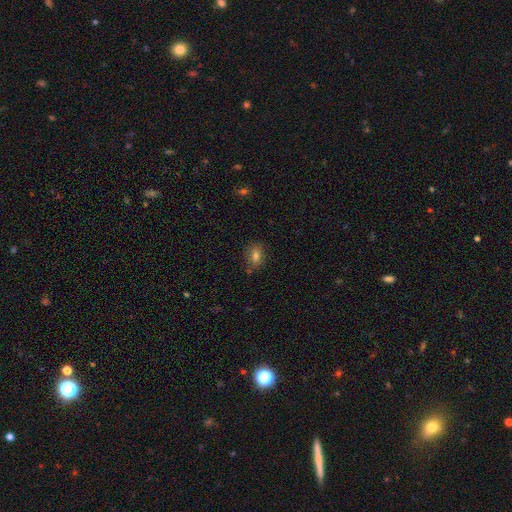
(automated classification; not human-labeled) The model was most divided on "how rounded": in between: 69%, round: 28%, cigar-shaped: 3%. More confident: merging — none (81%); smooth or featured — smooth (76%).